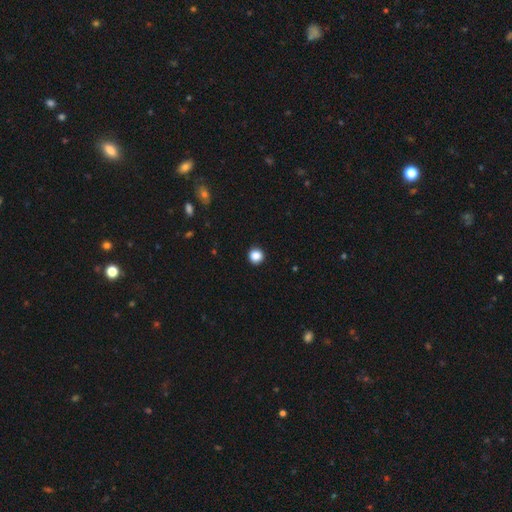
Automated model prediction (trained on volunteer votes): This appears to be a smooth galaxy with no disk features (87%) that is round (95%). Merging: none (93%).